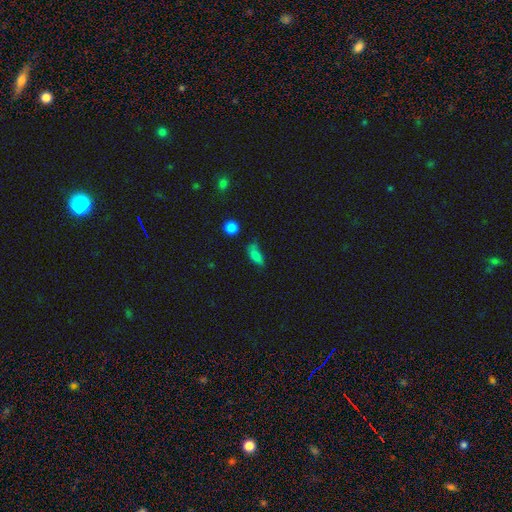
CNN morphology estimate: Smooth or featured? smooth (77%)
How rounded? in between (75%)
Merging? none (51%)